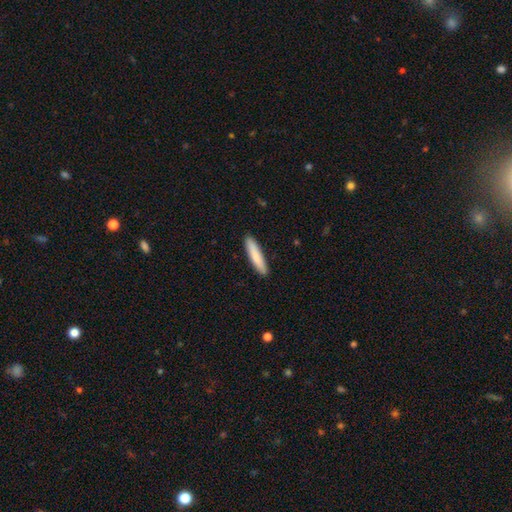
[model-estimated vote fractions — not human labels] A smooth galaxy with no disk features (83%) that is cigar-shaped (87%). Merging: none (91%).